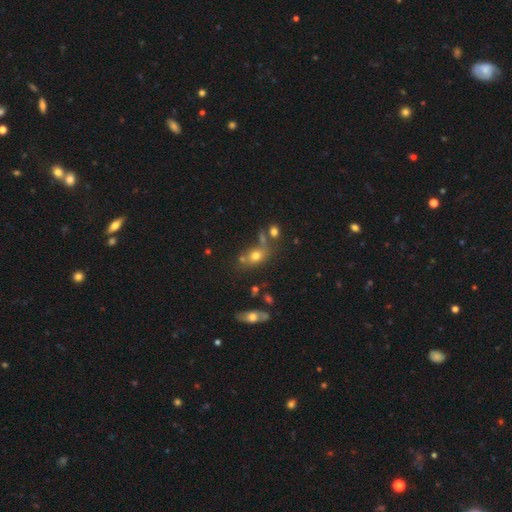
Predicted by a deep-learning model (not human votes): smooth 68%, featured or disk 18%, star or artifact 15%. Down the decision tree: how rounded — in between (66%); merging — none (53%).